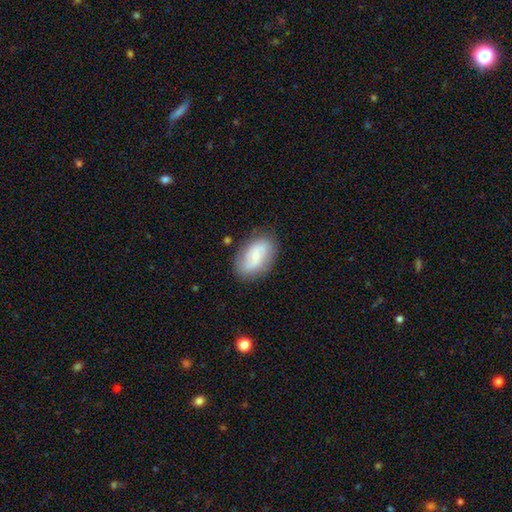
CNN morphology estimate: smooth_or_featured: featured or disk (p=0.52) [alt: smooth p=0.41]
disk_edge_on: no (p=0.95) [alt: yes p=0.05]
merging: none (p=0.80) [alt: minor disturbance p=0.14]